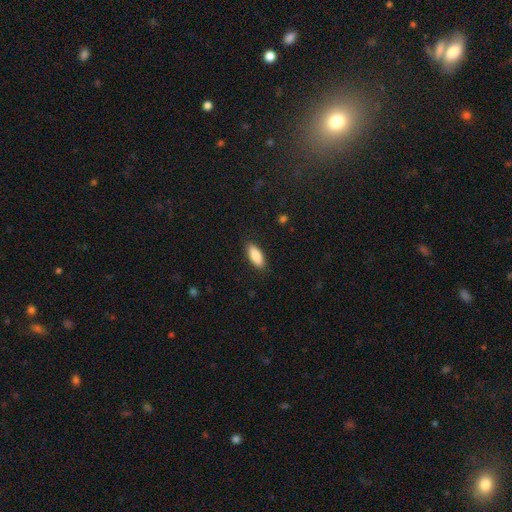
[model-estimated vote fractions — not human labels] A smooth galaxy with no disk features (87%) that is in between round and cigar-shaped (82%).

Vote fractions:
- Smooth or featured? smooth: 87% / featured or disk: 7% / star or artifact: 6%
- How rounded? in between: 82% / cigar-shaped: 16% / round: 2%
- Merging? none: 87% / minor disturbance: 9% / major disturbance: 2% / merger: 1%